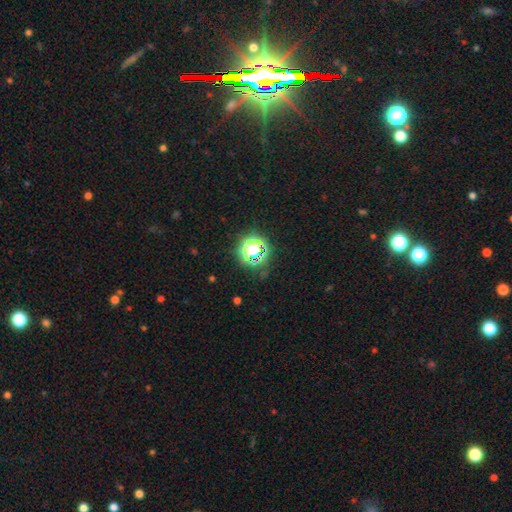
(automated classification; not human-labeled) A star or artifact, not a galaxy (61%).